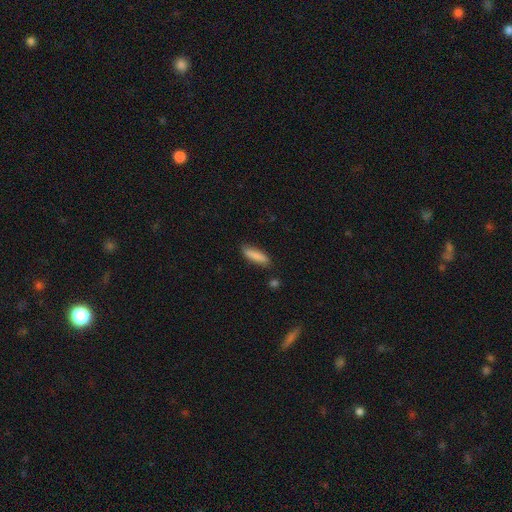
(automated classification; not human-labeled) Smooth or featured?
  - smooth: 86% *
  - featured or disk: 8%
  - star or artifact: 6%
How rounded?
  - cigar-shaped: 65% *
  - in between: 33%
  - round: 2%
Merging?
  - none: 82% *
  - minor disturbance: 13%
  - major disturbance: 2%
  - merger: 2%